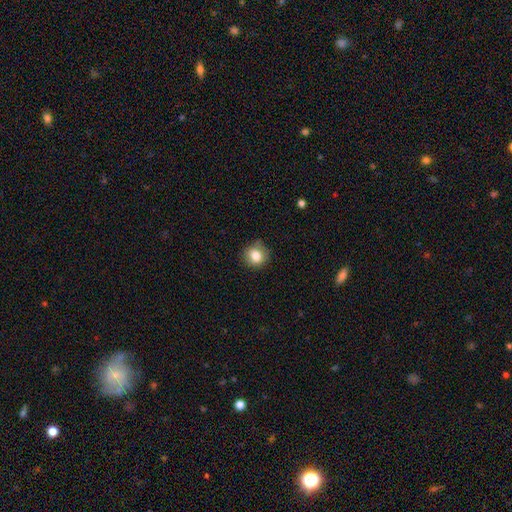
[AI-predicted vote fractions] smooth-or-featured: smooth: 82% | star or artifact: 10% | featured or disk: 8%
  how-rounded: round: 87% | in between: 12% | cigar-shaped: 1%
  merging: none: 79% | minor disturbance: 16% | major disturbance: 3% | merger: 2%